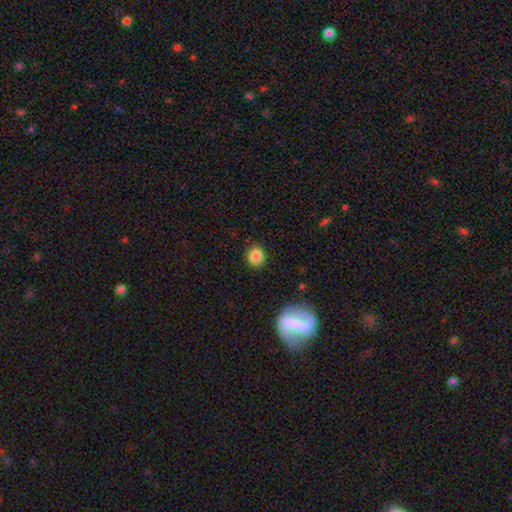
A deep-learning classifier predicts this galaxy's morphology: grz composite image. It shows a smooth galaxy with no disk features (86%) that is round (75%). Merging: none (89%).